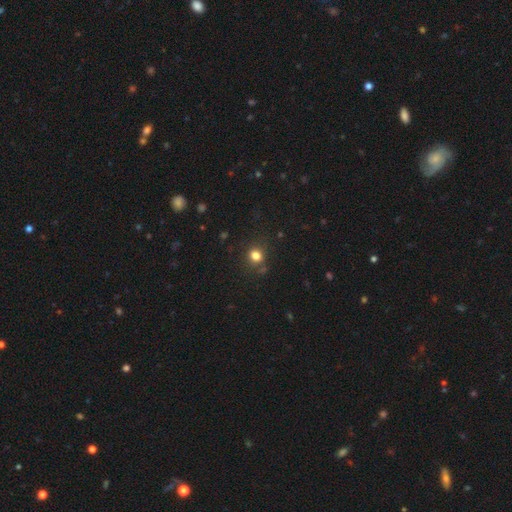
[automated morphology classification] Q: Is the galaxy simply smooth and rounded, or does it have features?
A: smooth — 80%.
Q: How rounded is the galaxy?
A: round — 79%.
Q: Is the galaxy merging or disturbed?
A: none — 80%.